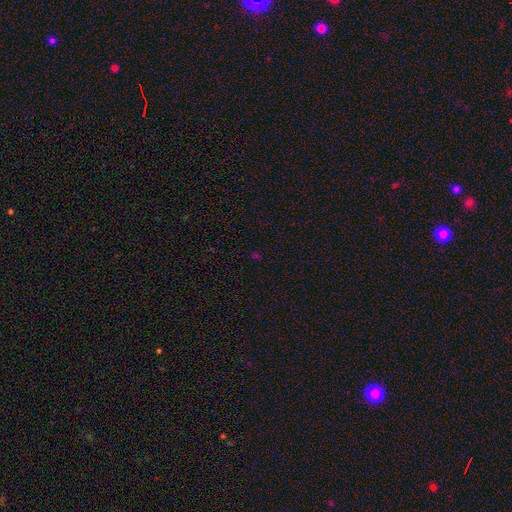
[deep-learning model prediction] smooth_or_featured: star or artifact (p=0.61) [alt: smooth p=0.32]